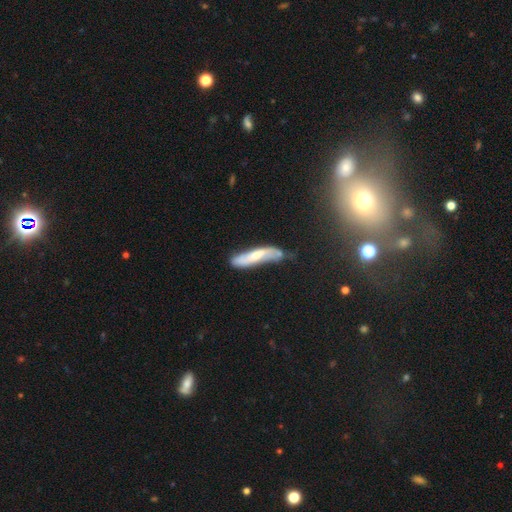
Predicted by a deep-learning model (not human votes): A smooth galaxy with no disk features (49%).

Vote fractions:
- Smooth or featured? smooth: 49% / featured or disk: 45% / star or artifact: 6%
- Merging? none: 53% / minor disturbance: 31% / major disturbance: 9% / merger: 7%